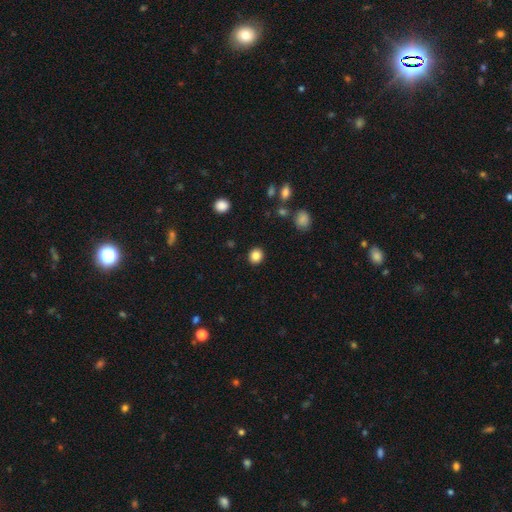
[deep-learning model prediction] Morphology: type=smooth (85%); roundness=round (83%); merging=none (91%).